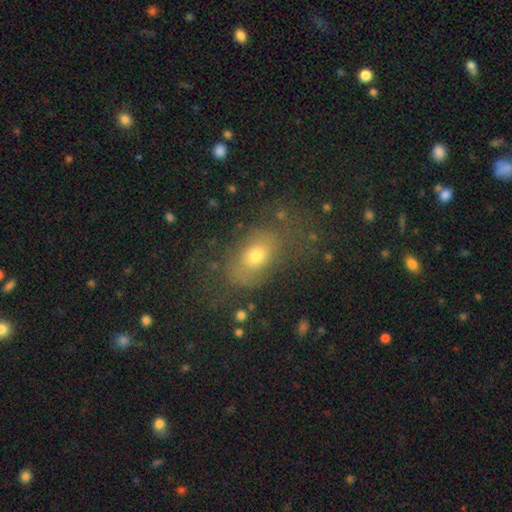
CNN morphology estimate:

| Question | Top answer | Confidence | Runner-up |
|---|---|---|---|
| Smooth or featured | smooth | 62% | featured or disk (25%) |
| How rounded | in between | 78% | round (19%) |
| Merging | none | 61% | minor disturbance (20%) |